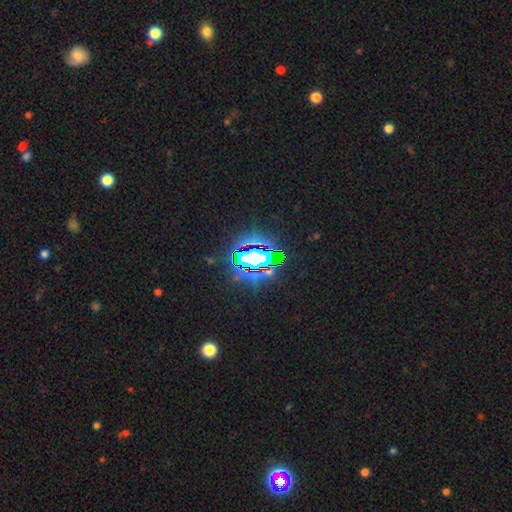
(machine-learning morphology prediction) This appears to be a star or artifact, not a galaxy (75%).